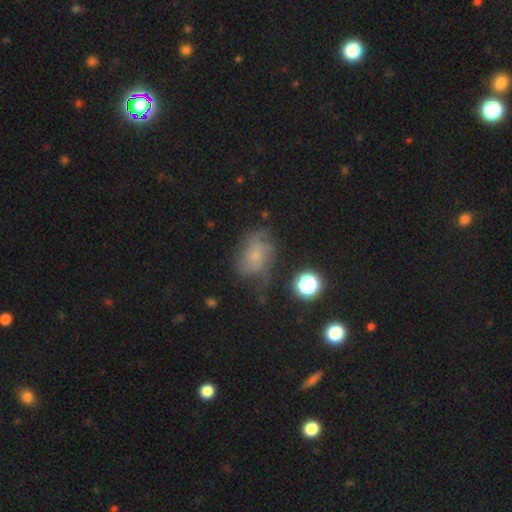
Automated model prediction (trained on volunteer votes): The model was most divided on "smooth or featured": featured or disk: 45%, smooth: 39%, star or artifact: 16%. Remaining: merging — none (47%).